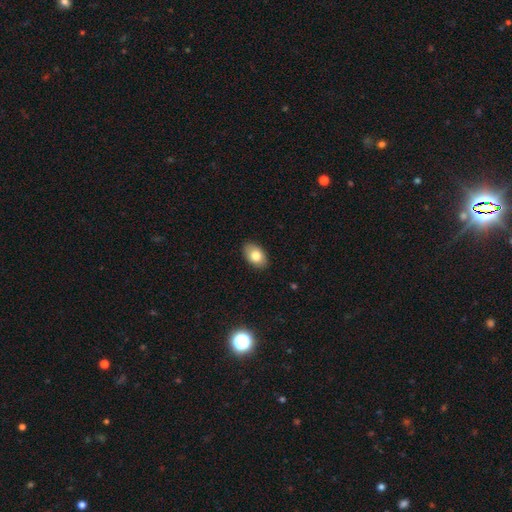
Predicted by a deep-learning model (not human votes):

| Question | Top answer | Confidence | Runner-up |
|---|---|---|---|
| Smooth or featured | smooth | 81% | featured or disk (12%) |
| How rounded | in between | 89% | round (10%) |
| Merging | none | 88% | minor disturbance (9%) |